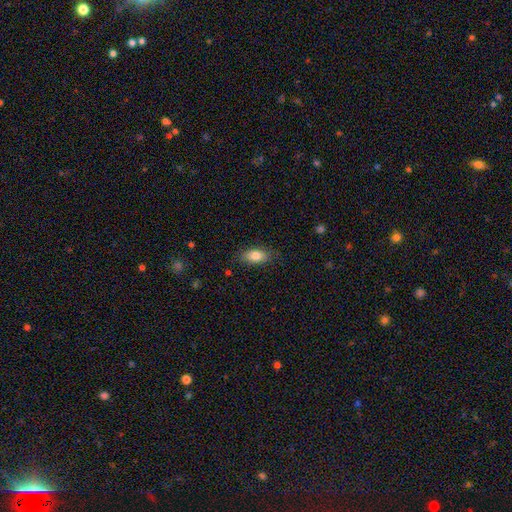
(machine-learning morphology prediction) Smooth or featured?
  - smooth: 82% *
  - featured or disk: 11%
  - star or artifact: 8%
How rounded?
  - in between: 88% *
  - cigar-shaped: 7%
  - round: 6%
Merging?
  - none: 83% *
  - minor disturbance: 13%
  - major disturbance: 3%
  - merger: 1%